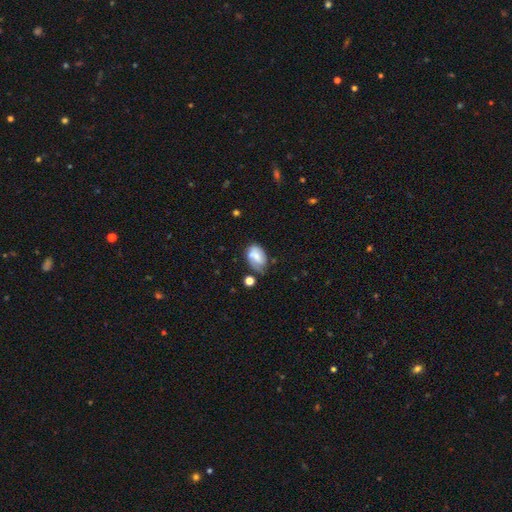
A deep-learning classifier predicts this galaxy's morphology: type=smooth (53%); roundness=in between (85%); merging=none (45%).